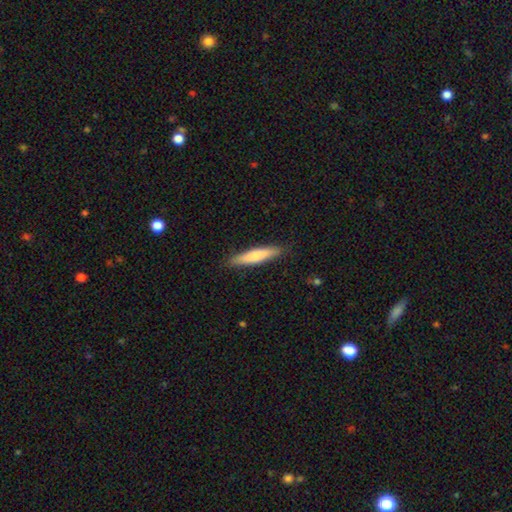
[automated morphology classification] smooth 71%, featured or disk 24%, star or artifact 5%. Down the decision tree: how rounded — cigar-shaped (87%); merging — none (88%).